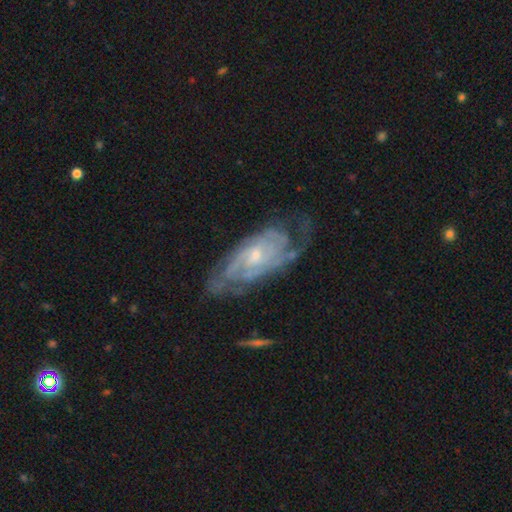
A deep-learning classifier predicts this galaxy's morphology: This appears to be a featured or disk galaxy (85%) with no bar (62%), tight (60%) spiral arms (94%) and a small central bulge (63%). Merging: none (59%).